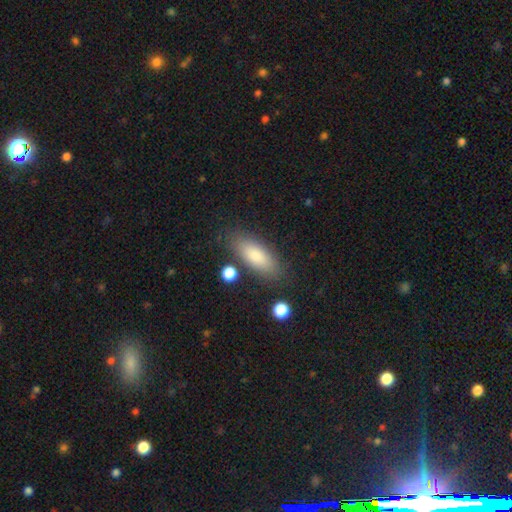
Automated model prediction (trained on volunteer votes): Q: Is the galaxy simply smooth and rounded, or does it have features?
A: smooth — 83%.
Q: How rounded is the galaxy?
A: in between — 74%.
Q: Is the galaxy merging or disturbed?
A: none — 81%.